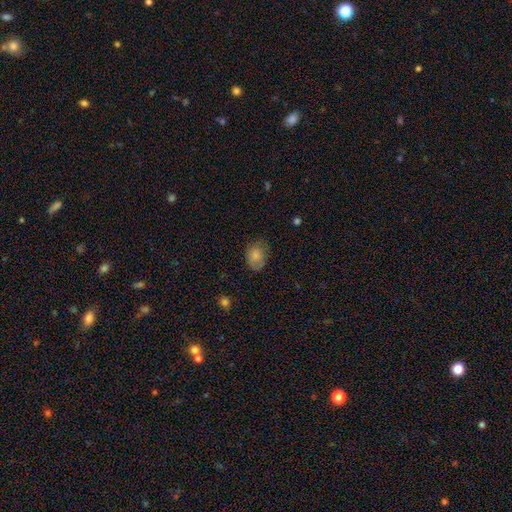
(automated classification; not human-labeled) The model was most divided on "how rounded": in between: 68%, round: 31%, cigar-shaped: 1%. More confident: smooth or featured — smooth (82%); merging — none (67%).